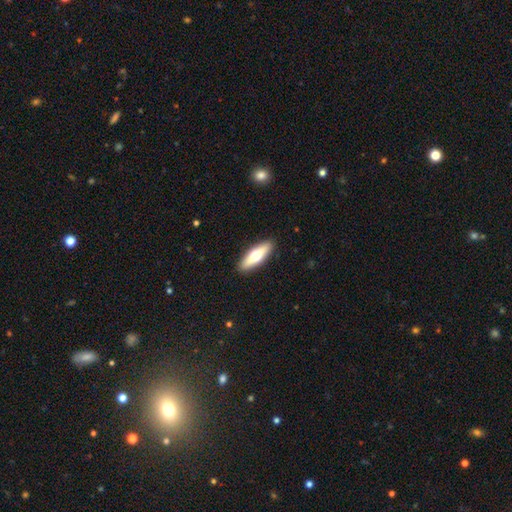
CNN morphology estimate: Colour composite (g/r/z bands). It shows a smooth galaxy with no disk features (59%) that is cigar-shaped (53%). Merging: none (91%).